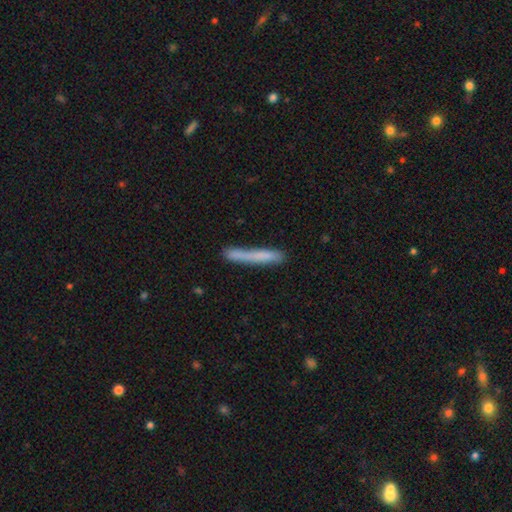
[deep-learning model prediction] This is likely a smooth galaxy (70%). How rounded: clearly cigar-shaped (96%). Merging: likely none (77%).